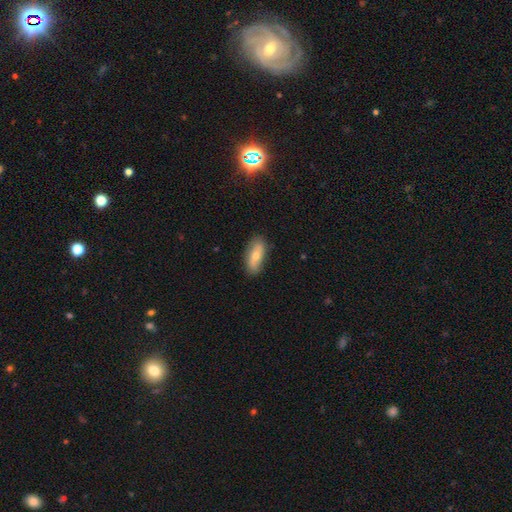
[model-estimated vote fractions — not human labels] The model was most divided on "smooth or featured": smooth: 65%, featured or disk: 29%, star or artifact: 6%. More confident: merging — none (83%); how rounded — in between (78%).